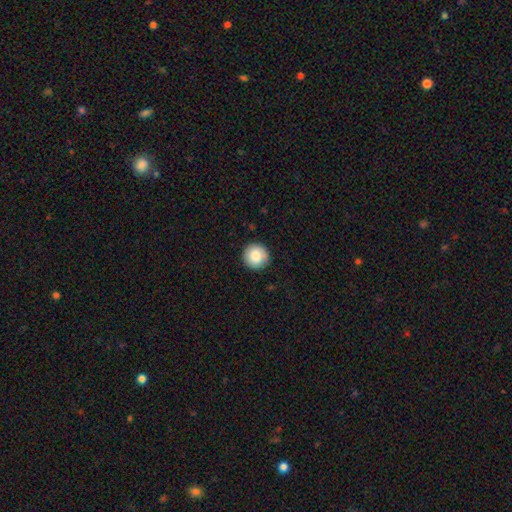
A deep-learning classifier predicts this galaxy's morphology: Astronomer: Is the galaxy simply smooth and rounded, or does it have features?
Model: smooth — 84%.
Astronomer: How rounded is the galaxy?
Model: round — 95%.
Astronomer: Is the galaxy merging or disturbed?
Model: none — 90%.